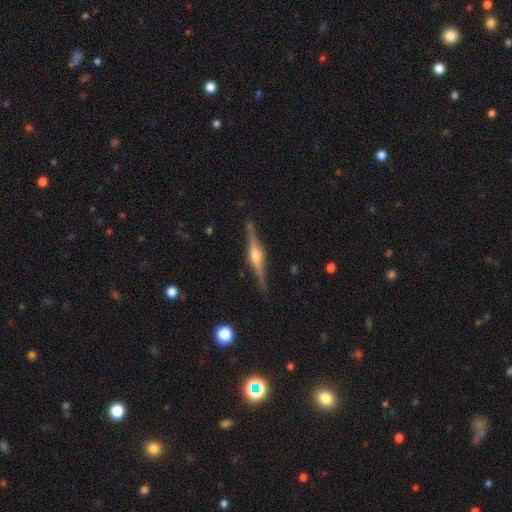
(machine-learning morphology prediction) Smooth or featured? Predicted: featured or disk (p=0.84). Edge-on disk? Predicted: yes (p=0.98). Edge-on bulge? Predicted: rounded (p=0.91). Merging? Predicted: none (p=0.89).